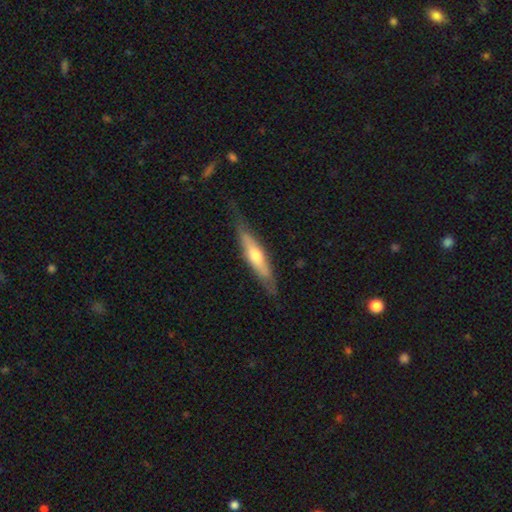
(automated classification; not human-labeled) Smooth or featured? Predicted: featured or disk (p=0.51). Edge-on disk? Predicted: yes (p=0.82). Merging? Predicted: none (p=0.71).